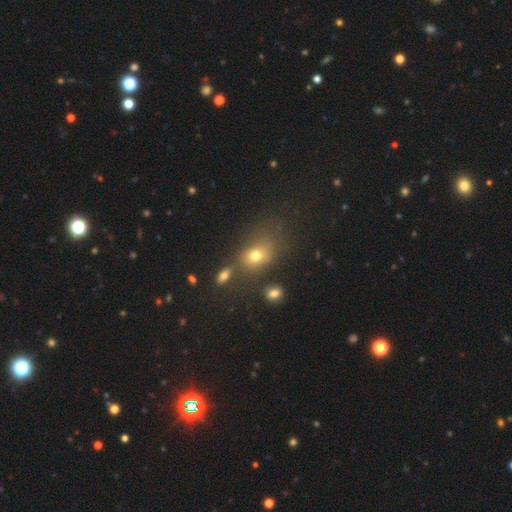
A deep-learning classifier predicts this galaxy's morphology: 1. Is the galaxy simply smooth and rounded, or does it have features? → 69% smooth, 17% star or artifact, 14% featured or disk.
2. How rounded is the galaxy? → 59% in between, 39% round, 2% cigar-shaped.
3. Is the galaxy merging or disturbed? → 48% none, 19% minor disturbance, 17% merger, 16% major disturbance.